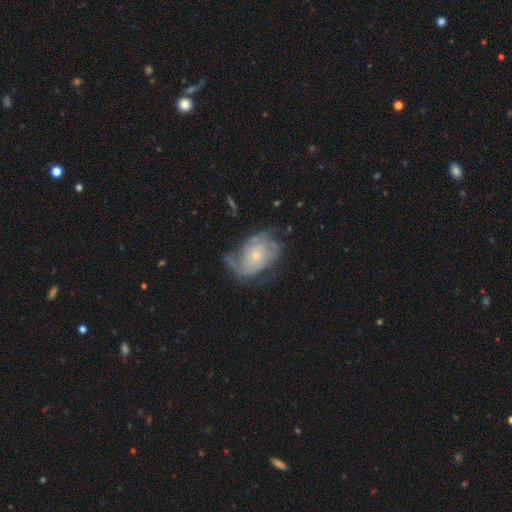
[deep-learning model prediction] Morphology: type=featured or disk (79%); edge-on=no (97%); bar=no (73%); spiral arms=yes (91%); winding=tight (42%); arm count=2 (36%); bulge=small (66%); merging=none (50%).